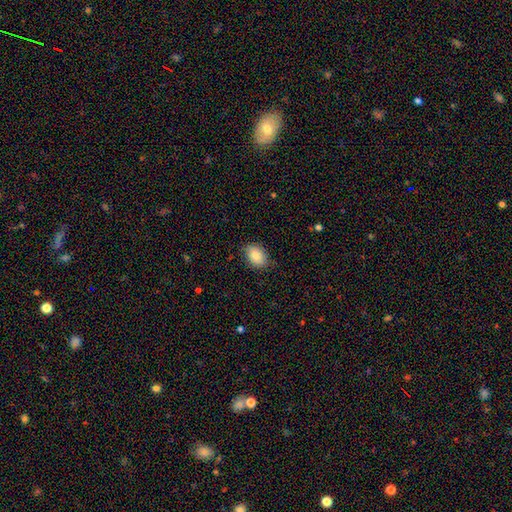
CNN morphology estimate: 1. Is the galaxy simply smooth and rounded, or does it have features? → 83% smooth, 10% featured or disk, 8% star or artifact.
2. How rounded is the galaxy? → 77% in between, 22% round, 1% cigar-shaped.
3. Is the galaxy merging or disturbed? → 79% none, 17% minor disturbance, 3% major disturbance, 1% merger.